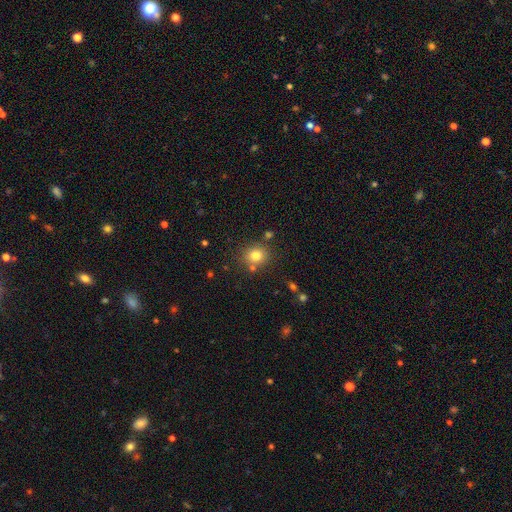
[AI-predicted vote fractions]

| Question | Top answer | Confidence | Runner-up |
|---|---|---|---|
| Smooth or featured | smooth | 78% | star or artifact (13%) |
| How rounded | round | 80% | in between (19%) |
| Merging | none | 78% | minor disturbance (10%) |